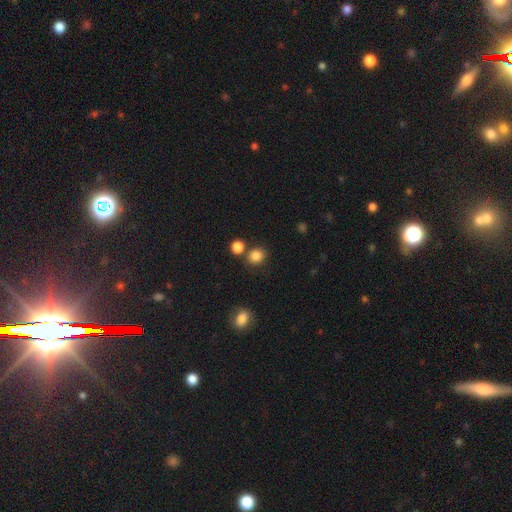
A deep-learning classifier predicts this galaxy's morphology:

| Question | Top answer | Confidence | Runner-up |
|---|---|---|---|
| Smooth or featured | smooth | 84% | star or artifact (11%) |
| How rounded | round | 78% | in between (21%) |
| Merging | none | 73% | merger (14%) |